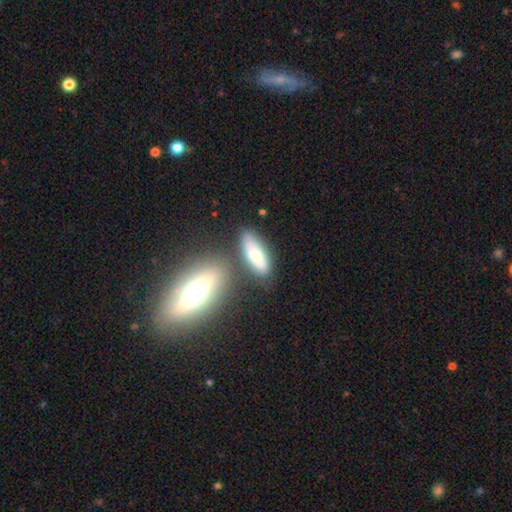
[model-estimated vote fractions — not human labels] This is likely a smooth galaxy (74%). How rounded: likely in between (66%). Merging: likely none (68%).